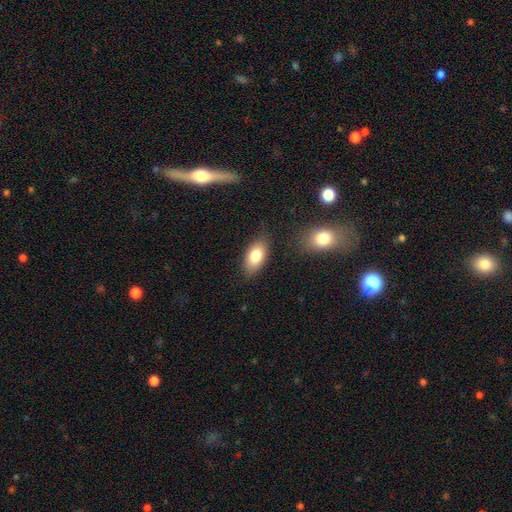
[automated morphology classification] Smooth or featured?
  - smooth: 80% *
  - featured or disk: 12%
  - star or artifact: 8%
How rounded?
  - in between: 92% *
  - round: 5%
  - cigar-shaped: 4%
Merging?
  - none: 83% *
  - minor disturbance: 12%
  - major disturbance: 3%
  - merger: 2%